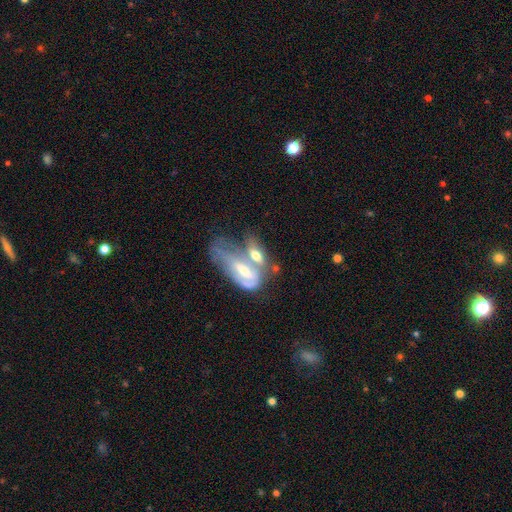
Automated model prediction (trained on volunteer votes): Smooth or featured? Predicted: featured or disk (p=0.54). Edge-on disk? Predicted: no (p=0.83). Merging? Predicted: merger (p=0.62).